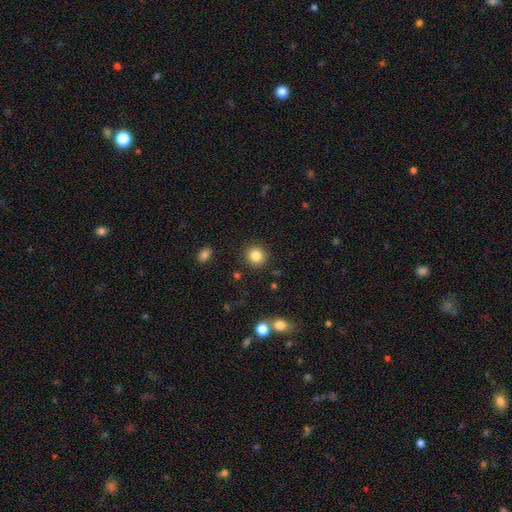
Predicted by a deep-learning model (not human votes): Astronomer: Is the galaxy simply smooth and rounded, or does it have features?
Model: smooth — 84%.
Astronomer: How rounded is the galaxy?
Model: round — 89%.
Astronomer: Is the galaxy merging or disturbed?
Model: none — 90%.